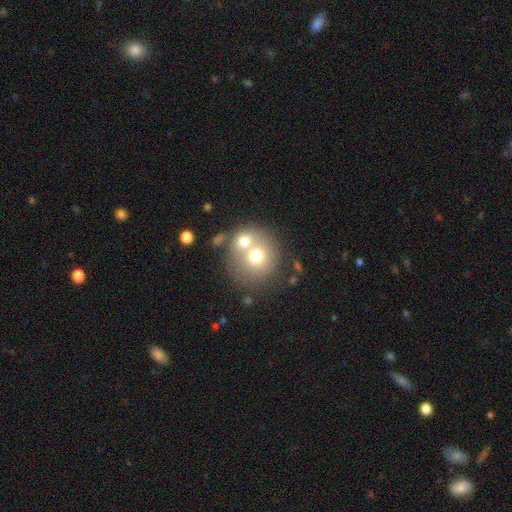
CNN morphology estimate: Smooth or featured? smooth (67%)
How rounded? round (85%)
Merging? merger (49%)